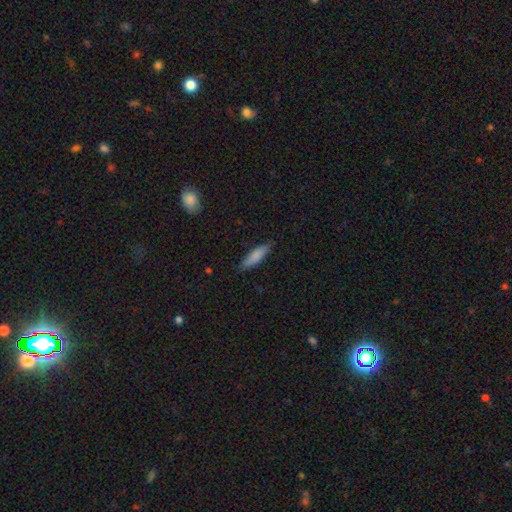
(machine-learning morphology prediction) Smooth or featured: smooth — 83% (featured or disk — 11%)
How rounded: cigar-shaped — 65% (in between — 34%)
Merging: none — 84% (minor disturbance — 12%)